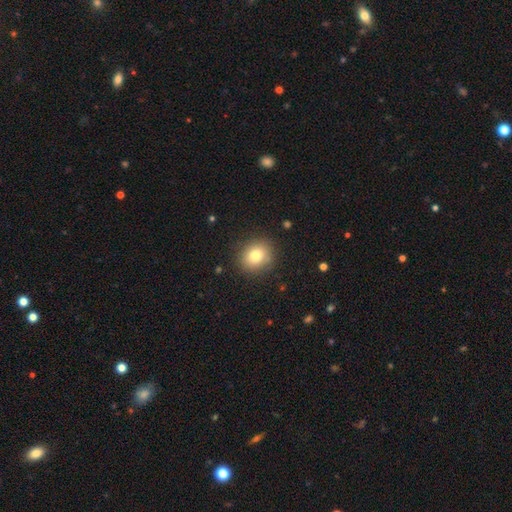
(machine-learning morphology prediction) Smooth or featured? Predicted: smooth (p=0.79). How rounded? Predicted: round (p=0.77). Merging? Predicted: none (p=0.87).